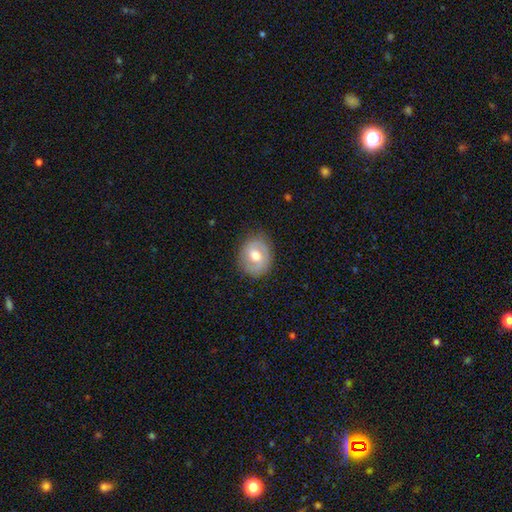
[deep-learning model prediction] smooth-or-featured: smooth: 50% | featured or disk: 43% | star or artifact: 7%
  merging: none: 81% | minor disturbance: 14% | major disturbance: 4% | merger: 1%